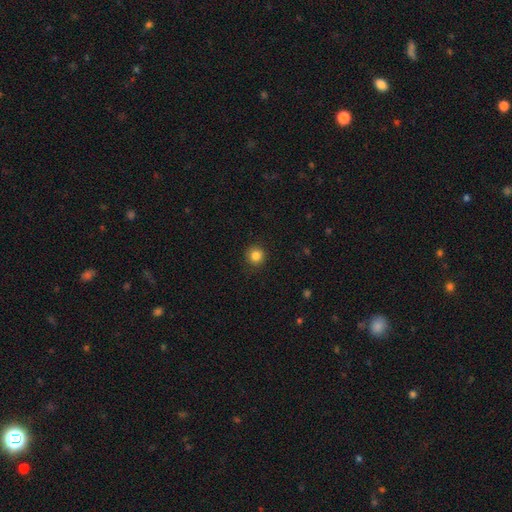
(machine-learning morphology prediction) smooth_or_featured: smooth (p=0.84) [alt: star or artifact p=0.11]
how_rounded: round (p=0.94) [alt: in between p=0.05]
merging: none (p=0.90) [alt: minor disturbance p=0.07]